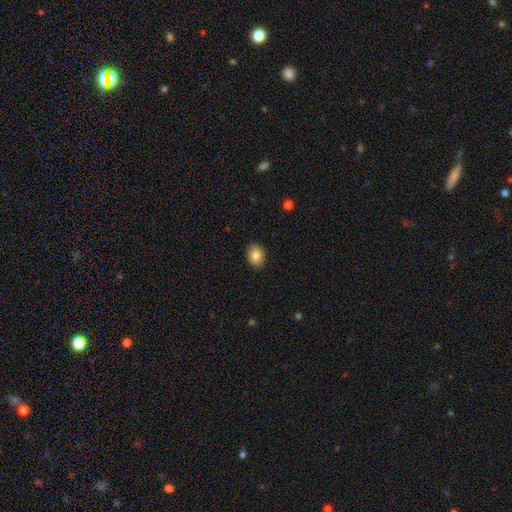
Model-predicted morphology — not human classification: Q: Smooth or featured?
A: smooth (85%); runner-up: star or artifact (8%)
Q: How rounded?
A: in between (66%); runner-up: round (33%)
Q: Merging?
A: none (89%); runner-up: minor disturbance (9%)